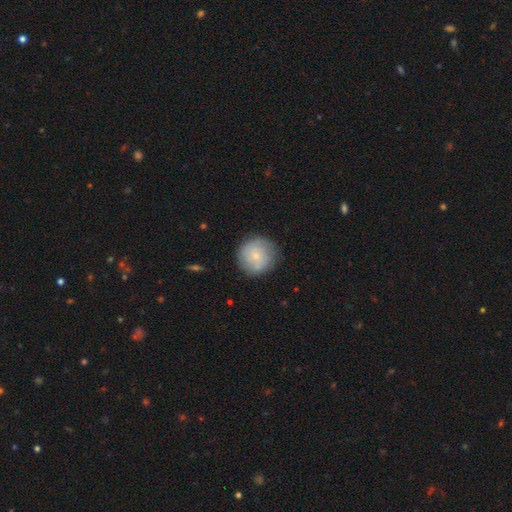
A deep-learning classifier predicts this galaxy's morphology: This is possibly a smooth galaxy (57%). How rounded: clearly round (93%). Merging: clearly none (81%).